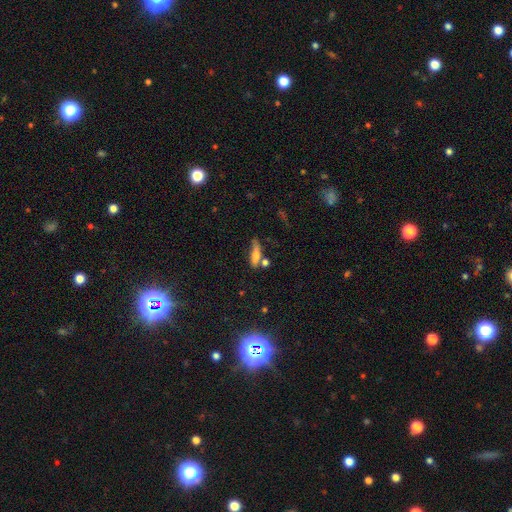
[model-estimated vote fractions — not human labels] The model was most divided on "merging": none: 51%, minor disturbance: 23%, merger: 18%, major disturbance: 9%. More confident: smooth or featured — smooth (68%); how rounded — cigar-shaped (63%).